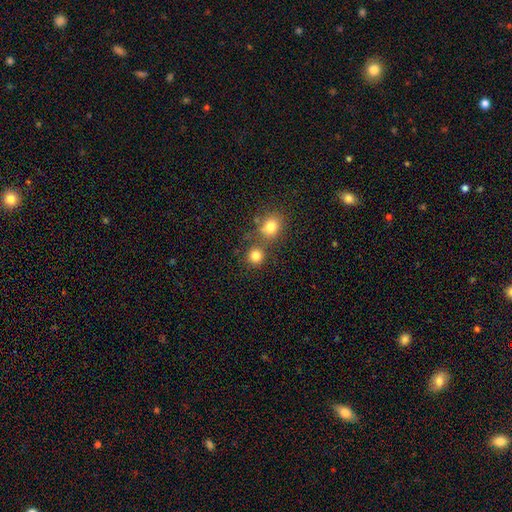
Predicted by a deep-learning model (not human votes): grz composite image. It shows a smooth galaxy with no disk features (81%) that is round (89%). Merging: none (68%).